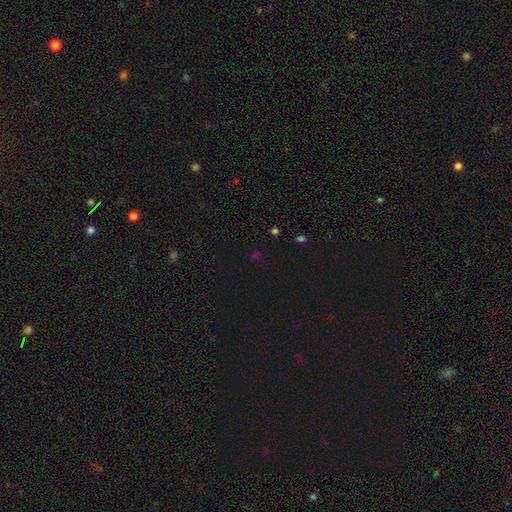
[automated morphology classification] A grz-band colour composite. It shows a star or artifact, not a galaxy (56%).